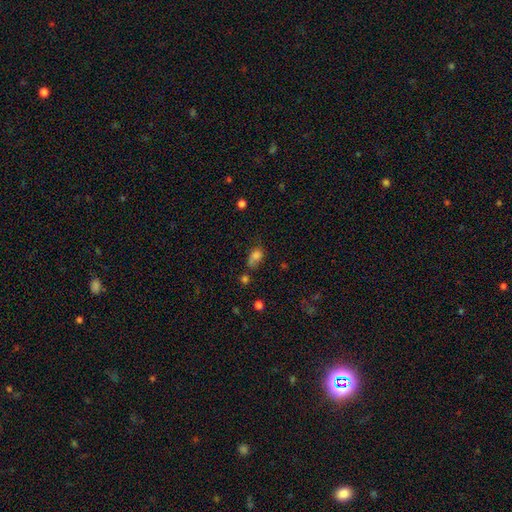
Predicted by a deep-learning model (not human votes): Overall: smooth (76%). How rounded: in between (67%; round 30%). Merging: none (38%; minor disturbance 28%).